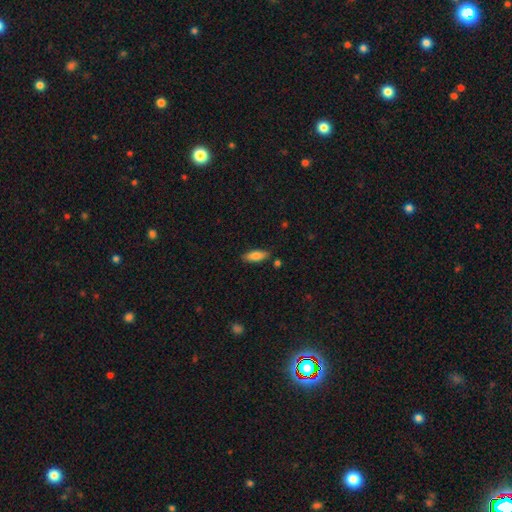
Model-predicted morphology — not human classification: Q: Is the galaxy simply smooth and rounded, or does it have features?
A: smooth — 80%.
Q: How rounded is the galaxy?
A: in between — 70%.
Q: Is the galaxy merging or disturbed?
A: none — 84%.